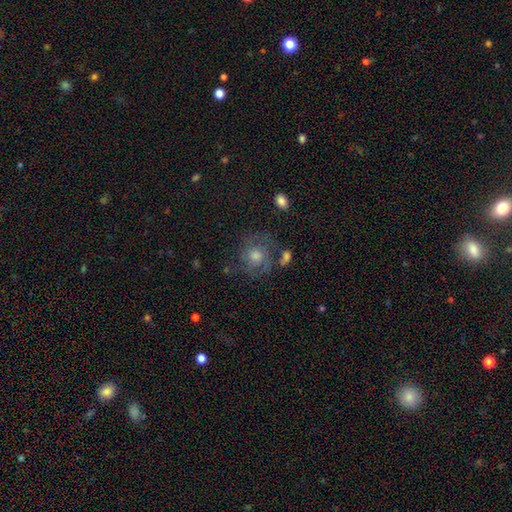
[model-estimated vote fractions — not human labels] Smooth or featured: featured or disk — 54% (smooth — 30%)
Edge-on disk: no — 97% (yes — 3%)
Bar: no — 80% (weak — 17%)
Spiral arms: yes — 81% (no — 19%)
Bulge size: moderate — 61% (large — 17%)
Merging: none — 67% (minor disturbance — 17%)